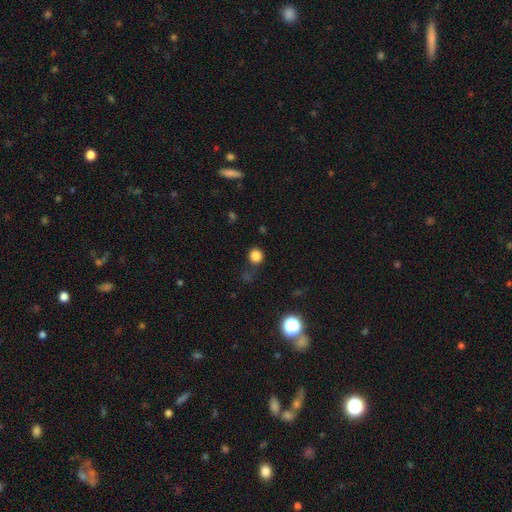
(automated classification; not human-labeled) Smooth or featured: smooth — 80% (star or artifact — 15%)
How rounded: round — 89% (in between — 10%)
Merging: none — 78% (minor disturbance — 13%)